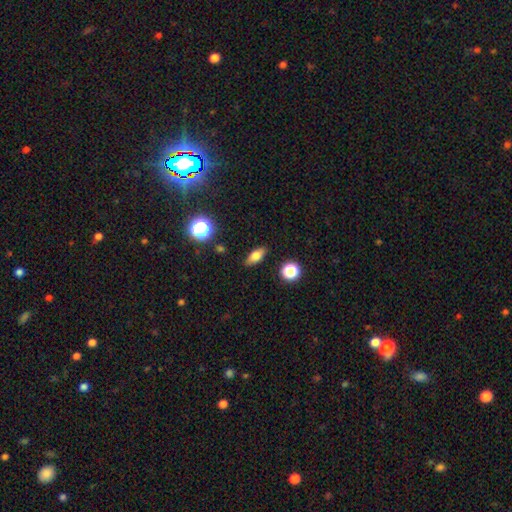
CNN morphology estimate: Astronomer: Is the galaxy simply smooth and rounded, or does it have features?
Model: smooth — 72%.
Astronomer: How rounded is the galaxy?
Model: in between — 74%.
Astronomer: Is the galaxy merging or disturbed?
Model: none — 88%.